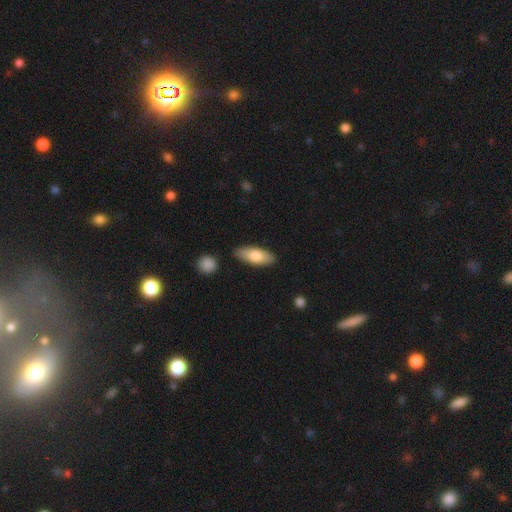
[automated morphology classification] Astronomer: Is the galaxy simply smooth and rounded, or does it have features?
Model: smooth — 77%.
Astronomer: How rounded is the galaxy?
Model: in between — 75%.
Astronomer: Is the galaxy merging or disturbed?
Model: none — 83%.